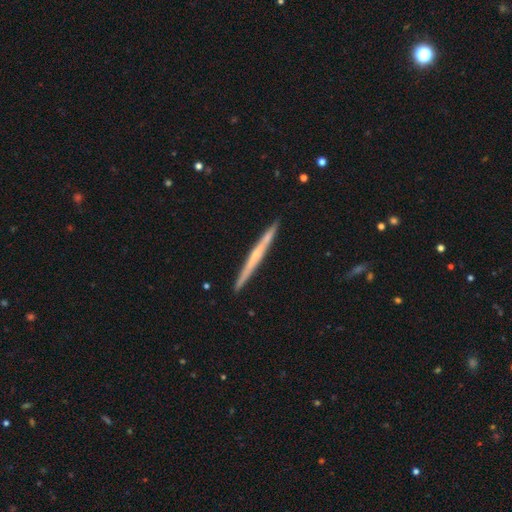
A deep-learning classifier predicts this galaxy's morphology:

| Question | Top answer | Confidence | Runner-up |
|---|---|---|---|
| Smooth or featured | featured or disk | 64% | smooth (30%) |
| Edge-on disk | yes | 98% | no (2%) |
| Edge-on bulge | none | 59% | rounded (36%) |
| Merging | none | 91% | minor disturbance (6%) |